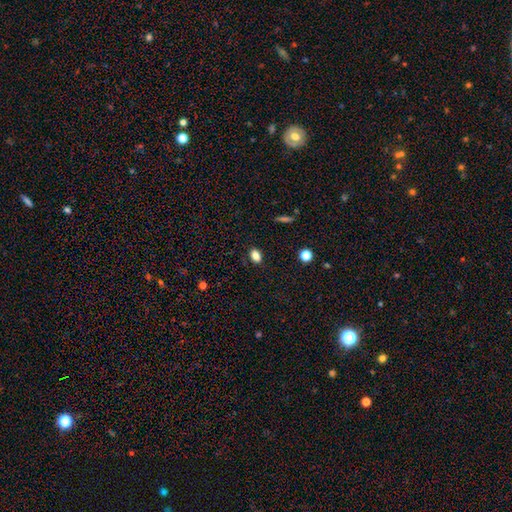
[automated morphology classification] smooth_or_featured: smooth (p=0.84) [alt: star or artifact p=0.11]
how_rounded: in between (p=0.80) [alt: round p=0.18]
merging: none (p=0.86) [alt: minor disturbance p=0.10]